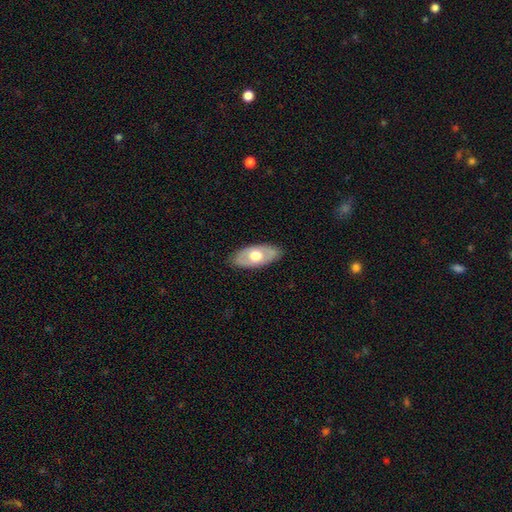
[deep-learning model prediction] Smooth or featured?
  - smooth: 51% *
  - featured or disk: 44%
  - star or artifact: 5%
How rounded?
  - in between: 91% *
  - cigar-shaped: 5%
  - round: 4%
Merging?
  - none: 84% *
  - minor disturbance: 12%
  - major disturbance: 3%
  - merger: 1%